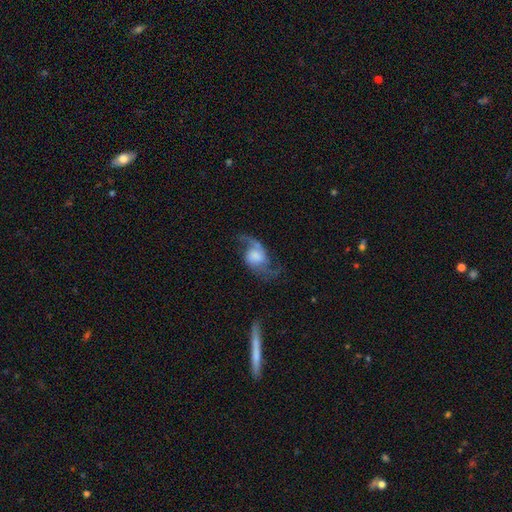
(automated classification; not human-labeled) A featured or disk galaxy (80%) with no bar (64%), 2 (92%) loose (70%) spiral arms (95%) and a large central bulge (38%).

Vote fractions:
- Smooth or featured? featured or disk: 80% / smooth: 13% / star or artifact: 7%
- Edge-on disk? no: 97% / yes: 3%
- Bar? no: 64% / weak: 30% / strong: 6%
- Spiral arms? yes: 95% / no: 5%
- Spiral winding? loose: 70% / medium: 25% / tight: 5%
- Spiral arm count? 2: 92% / 1: 3% / can't tell: 2% / 3: 1% / 4: 1% / more than 4: 1%
- Bulge size? large: 38% / none: 19% / moderate: 17% / dominant: 14% / small: 12%
- Merging? none: 66% / minor disturbance: 18% / major disturbance: 14% / merger: 2%